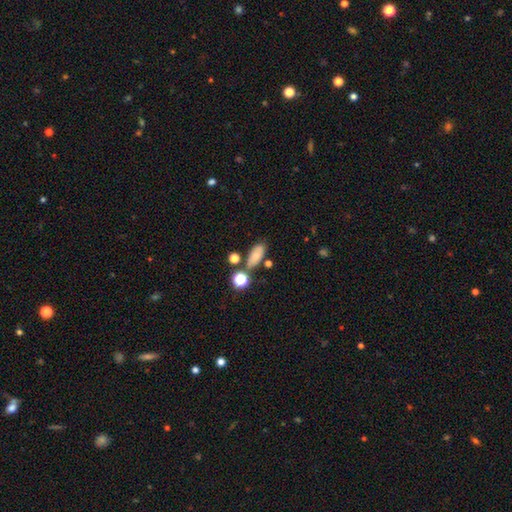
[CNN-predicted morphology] type=smooth (78%); roundness=in between (77%); merging=none (69%).